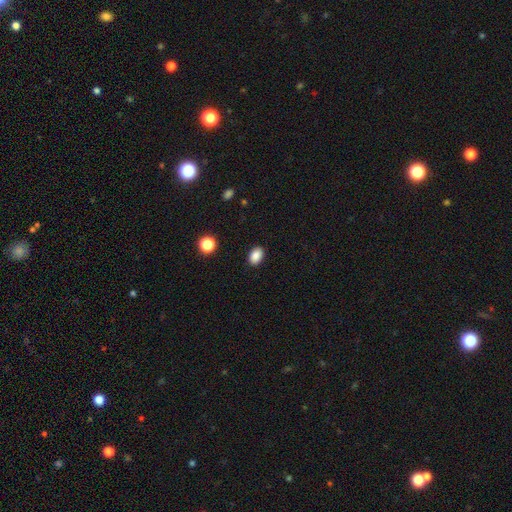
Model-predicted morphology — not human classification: Q: Smooth or featured?
A: smooth (87%); runner-up: star or artifact (9%)
Q: How rounded?
A: in between (84%); runner-up: round (15%)
Q: Merging?
A: none (89%); runner-up: minor disturbance (7%)